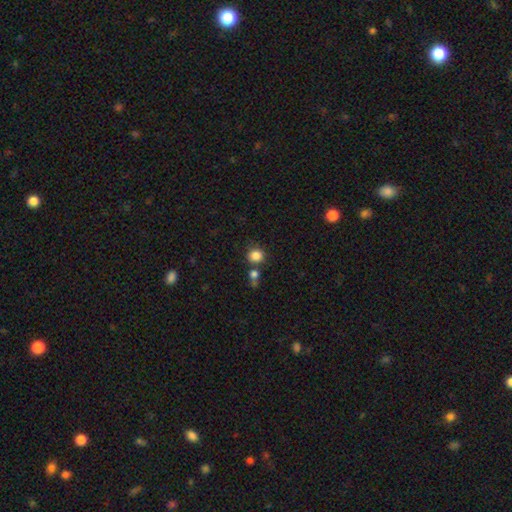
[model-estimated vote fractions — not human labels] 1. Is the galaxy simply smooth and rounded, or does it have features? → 84% smooth, 11% star or artifact, 5% featured or disk.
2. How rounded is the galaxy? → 83% round, 16% in between, 1% cigar-shaped.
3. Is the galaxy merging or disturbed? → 67% none, 17% merger, 12% minor disturbance, 5% major disturbance.